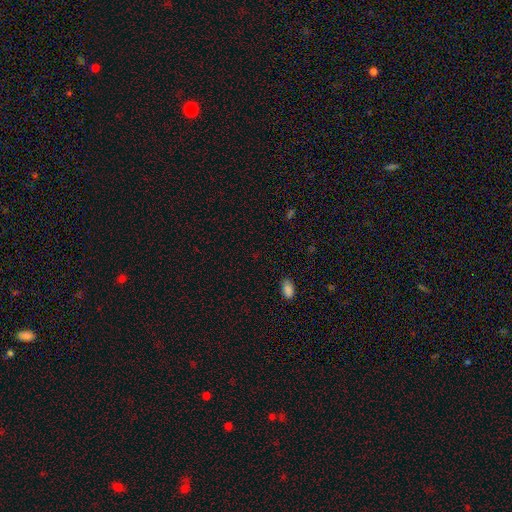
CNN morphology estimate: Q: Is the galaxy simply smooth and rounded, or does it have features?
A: smooth — 50%.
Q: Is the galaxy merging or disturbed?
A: none — 82%.